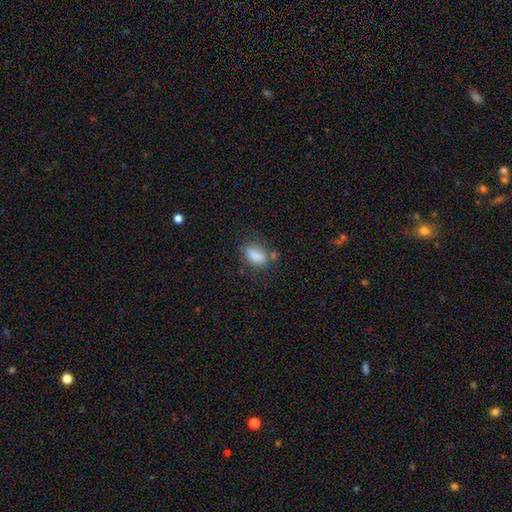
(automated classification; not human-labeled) Smooth or featured? smooth (83%)
How rounded? in between (86%)
Merging? none (61%)